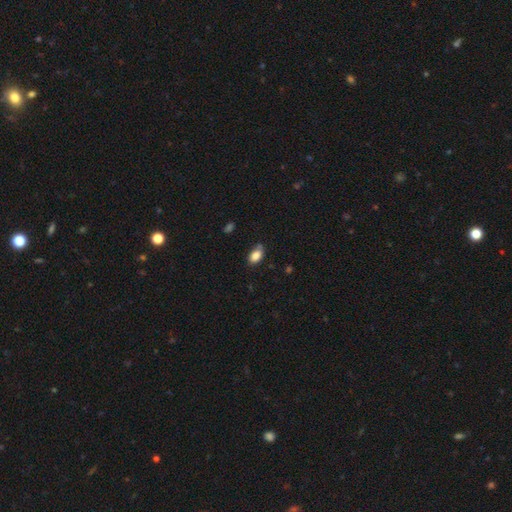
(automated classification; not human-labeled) Overall: smooth (85%). How rounded: in between (89%). Merging: none (61%; minor disturbance 29%).